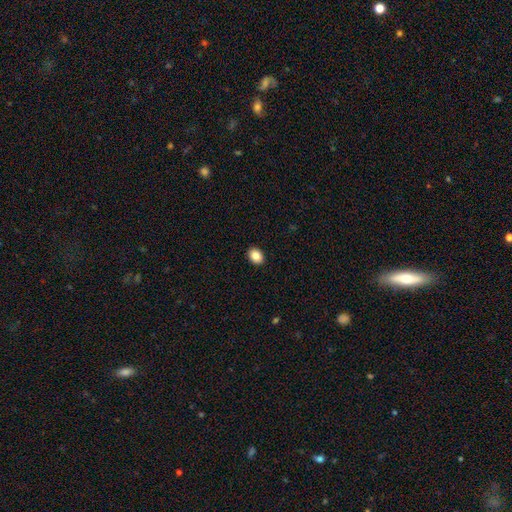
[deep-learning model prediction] Q: Smooth or featured?
A: smooth (85%); runner-up: star or artifact (9%)
Q: How rounded?
A: in between (64%); runner-up: round (35%)
Q: Merging?
A: none (92%); runner-up: minor disturbance (6%)